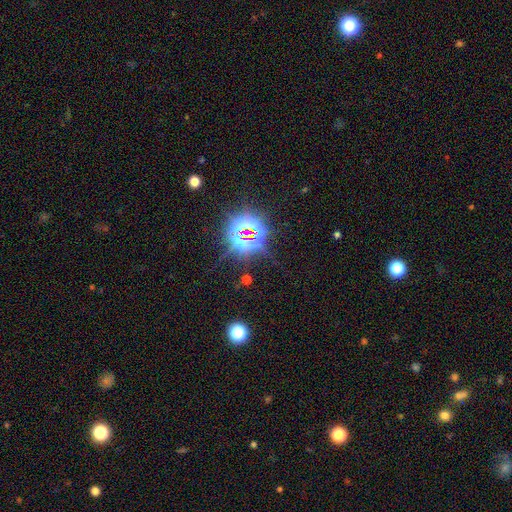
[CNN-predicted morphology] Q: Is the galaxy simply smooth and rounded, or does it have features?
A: star or artifact — 81%.